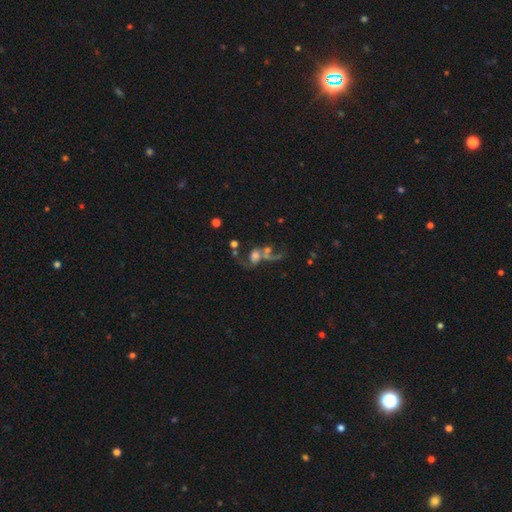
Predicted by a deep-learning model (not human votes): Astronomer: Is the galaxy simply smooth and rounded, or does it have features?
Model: featured or disk — 45% (runner-up: smooth, 40%).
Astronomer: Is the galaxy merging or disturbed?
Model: merger — 55%.